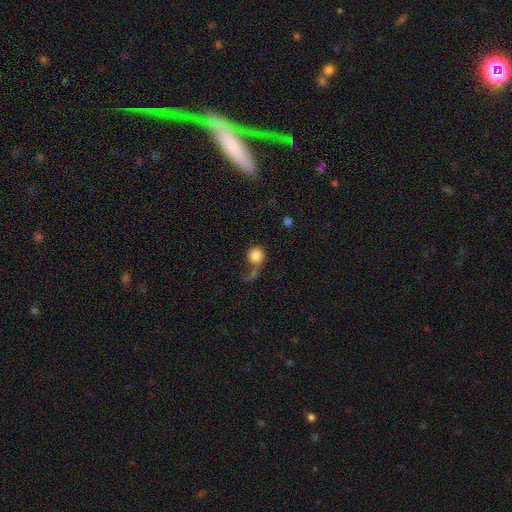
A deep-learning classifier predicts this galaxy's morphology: The model was most divided on "merging": major disturbance: 33%, none: 31%, merger: 22%, minor disturbance: 14%. More confident: how rounded — round (87%); smooth or featured — smooth (77%).